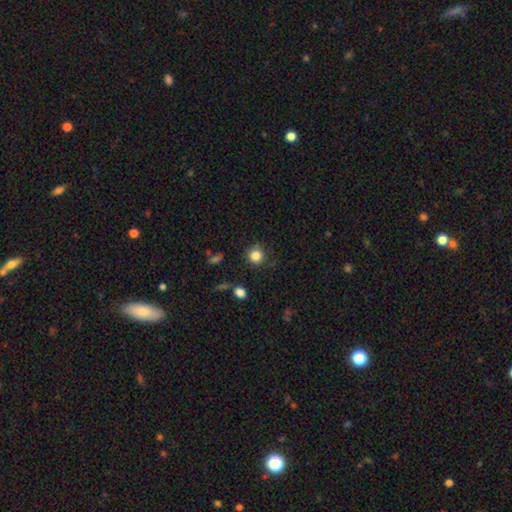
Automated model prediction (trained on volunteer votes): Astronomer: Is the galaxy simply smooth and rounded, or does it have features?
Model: smooth — 84%.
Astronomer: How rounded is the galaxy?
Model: round — 91%.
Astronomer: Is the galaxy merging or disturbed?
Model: none — 82%.